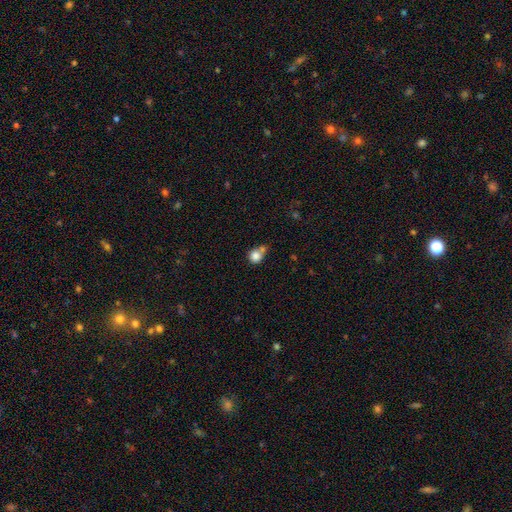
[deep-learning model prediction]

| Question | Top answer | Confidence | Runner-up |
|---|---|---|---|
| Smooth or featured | smooth | 82% | star or artifact (10%) |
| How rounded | round | 82% | in between (17%) |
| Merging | none | 42% | merger (37%) |